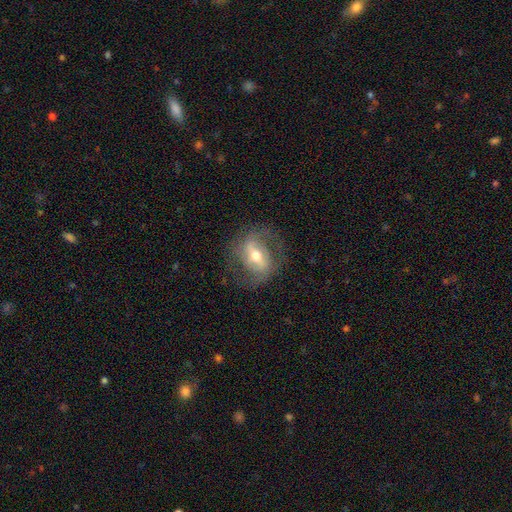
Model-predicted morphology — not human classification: Smooth or featured?
  - featured or disk: 73% *
  - smooth: 20%
  - star or artifact: 7%
Edge-on disk?
  - no: 91% *
  - yes: 9%
Bar?
  - strong: 49% *
  - weak: 35%
  - no: 16%
Spiral arms?
  - yes: 73% *
  - no: 27%
Bulge size?
  - moderate: 70% *
  - small: 20%
  - large: 8%
  - dominant: 1%
  - none: 1%
Merging?
  - none: 72% *
  - minor disturbance: 16%
  - major disturbance: 10%
  - merger: 1%